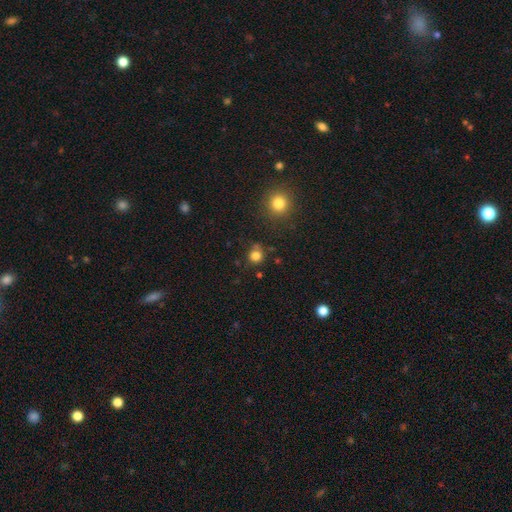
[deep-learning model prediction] smooth_or_featured: smooth (p=0.79) [alt: star or artifact p=0.16]
how_rounded: round (p=0.89) [alt: in between p=0.10]
merging: none (p=0.75) [alt: minor disturbance p=0.13]